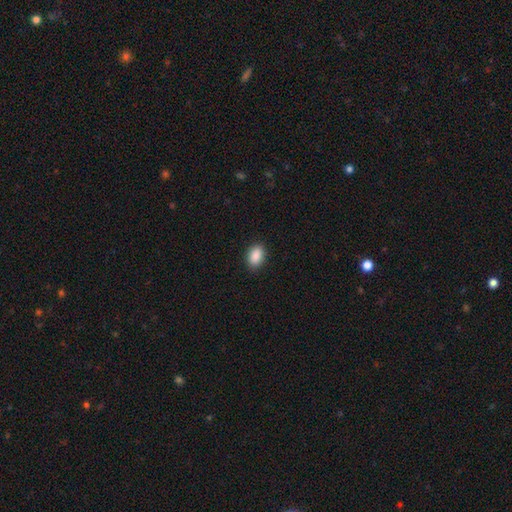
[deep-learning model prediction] smooth-or-featured: smooth: 90% | star or artifact: 8% | featured or disk: 3%
  how-rounded: in between: 84% | round: 15% | cigar-shaped: 1%
  merging: none: 89% | minor disturbance: 8% | major disturbance: 2% | merger: 1%